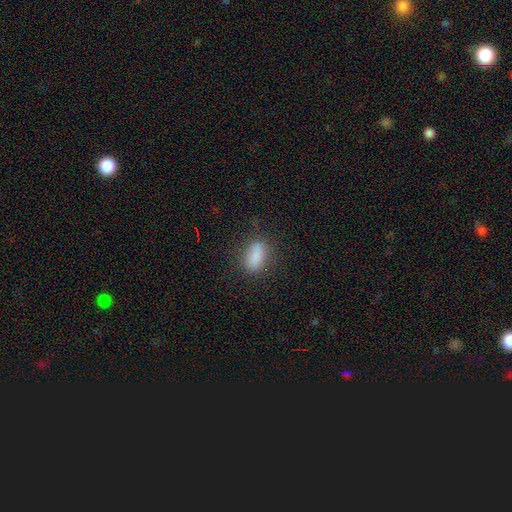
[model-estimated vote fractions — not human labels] Q: Smooth or featured?
A: smooth (85%); runner-up: star or artifact (9%)
Q: How rounded?
A: in between (84%); runner-up: cigar-shaped (9%)
Q: Merging?
A: none (78%); runner-up: minor disturbance (15%)